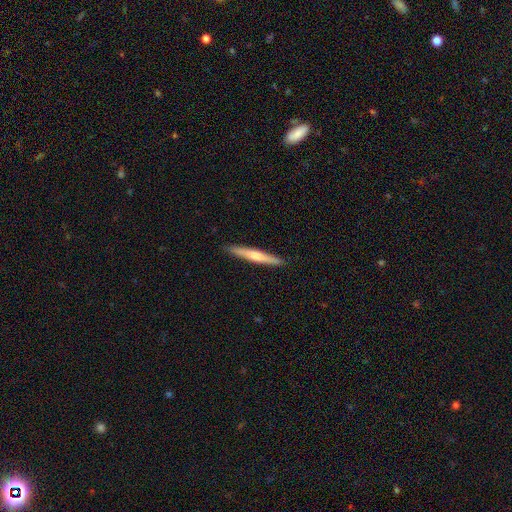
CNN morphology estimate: Smooth or featured?
  - smooth: 53% *
  - featured or disk: 42%
  - star or artifact: 5%
How rounded?
  - cigar-shaped: 95% *
  - in between: 3%
  - round: 1%
Merging?
  - none: 91% *
  - minor disturbance: 6%
  - major disturbance: 1%
  - merger: 1%